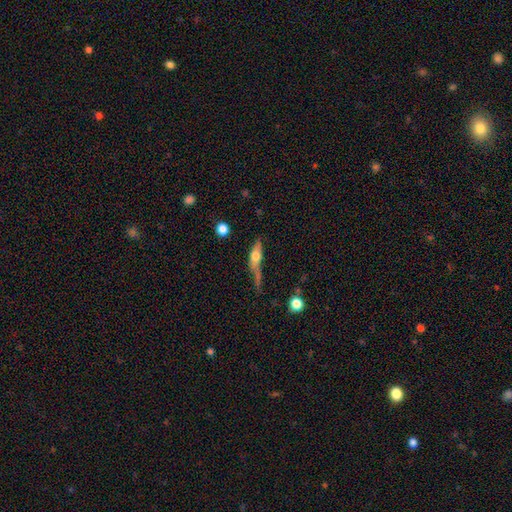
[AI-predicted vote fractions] Q: Smooth or featured?
A: smooth (50%); runner-up: featured or disk (42%)
Q: Merging?
A: none (39%); runner-up: minor disturbance (27%)